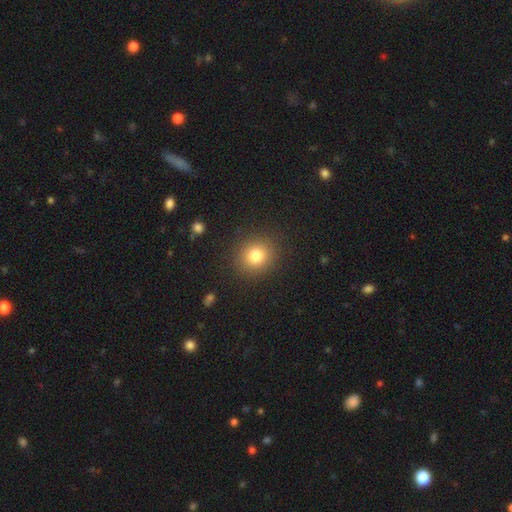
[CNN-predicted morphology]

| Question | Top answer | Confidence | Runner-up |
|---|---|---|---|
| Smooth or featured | smooth | 80% | star or artifact (12%) |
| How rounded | round | 83% | in between (16%) |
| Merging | none | 89% | minor disturbance (7%) |